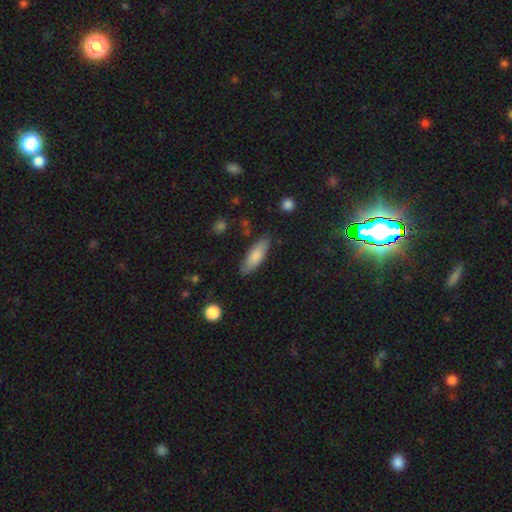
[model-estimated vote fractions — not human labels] smooth_or_featured: smooth (p=0.81) [alt: featured or disk p=0.13]
how_rounded: in between (p=0.60) [alt: cigar-shaped p=0.39]
merging: none (p=0.82) [alt: minor disturbance p=0.13]